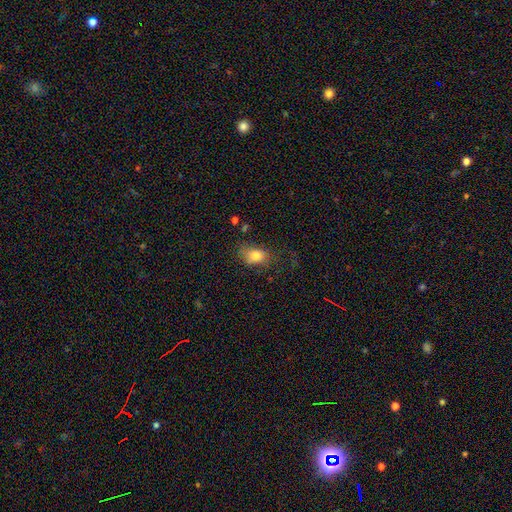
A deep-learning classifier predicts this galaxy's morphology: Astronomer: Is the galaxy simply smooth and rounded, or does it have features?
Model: smooth — 80%.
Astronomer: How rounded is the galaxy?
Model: in between — 77%.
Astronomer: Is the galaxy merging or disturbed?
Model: none — 55%.